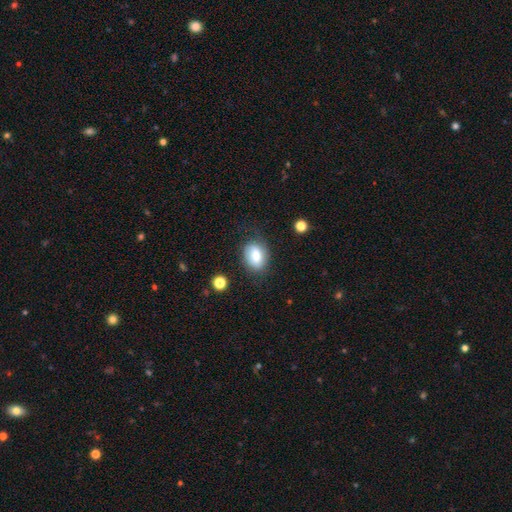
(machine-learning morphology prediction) smooth-or-featured: smooth: 76% | featured or disk: 16% | star or artifact: 8%
  how-rounded: in between: 74% | round: 25% | cigar-shaped: 1%
  merging: none: 74% | minor disturbance: 18% | major disturbance: 6% | merger: 2%